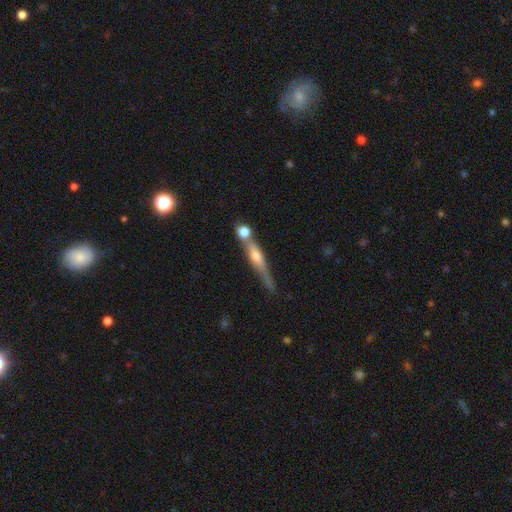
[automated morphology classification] This appears to be a featured or disk galaxy (67%) viewed edge-on (93%) with a rounded central bulge (77%). Merging: none (63%).